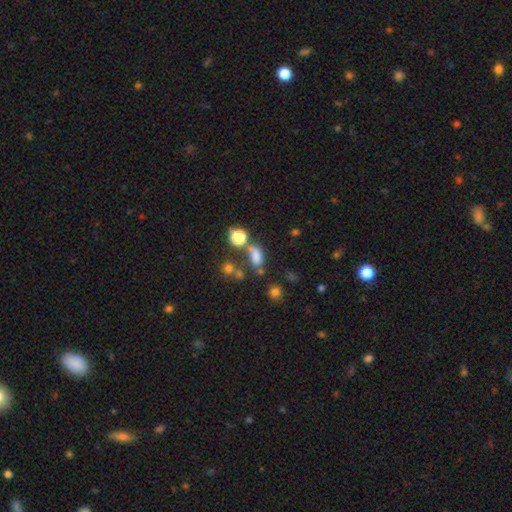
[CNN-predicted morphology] Smooth or featured?
  - smooth: 69% *
  - star or artifact: 21%
  - featured or disk: 10%
How rounded?
  - in between: 76% *
  - round: 18%
  - cigar-shaped: 6%
Merging?
  - none: 48% *
  - merger: 24%
  - minor disturbance: 17%
  - major disturbance: 10%